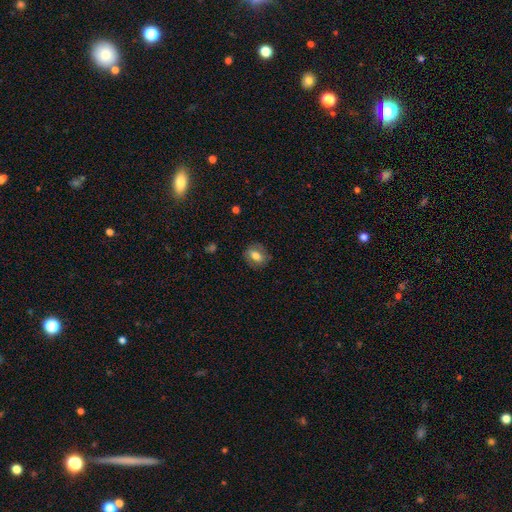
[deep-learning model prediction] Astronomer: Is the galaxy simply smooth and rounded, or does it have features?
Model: smooth — 65%.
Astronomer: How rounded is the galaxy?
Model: in between — 51% (runner-up: round, 47%).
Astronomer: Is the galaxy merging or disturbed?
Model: none — 79%.